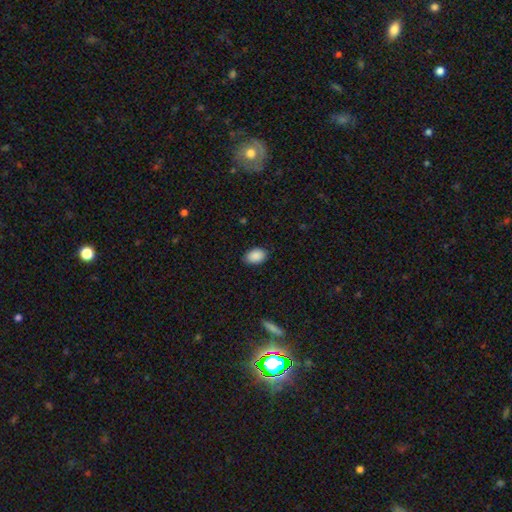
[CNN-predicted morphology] Smooth or featured? Predicted: smooth (p=0.90). How rounded? Predicted: in between (p=0.85). Merging? Predicted: none (p=0.85).